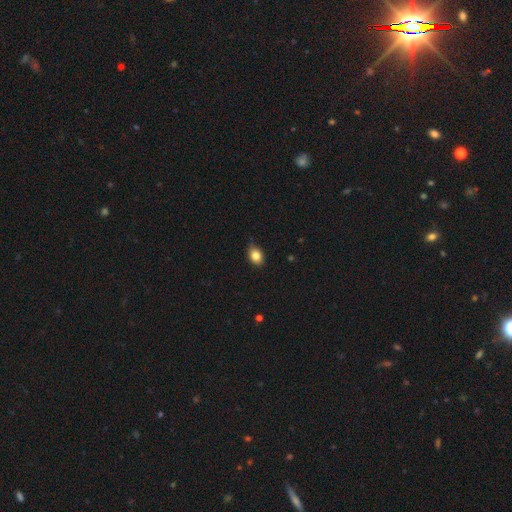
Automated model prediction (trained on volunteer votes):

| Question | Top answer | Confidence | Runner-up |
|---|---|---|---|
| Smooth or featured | smooth | 83% | star or artifact (9%) |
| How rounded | in between | 66% | round (32%) |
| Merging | none | 73% | minor disturbance (22%) |